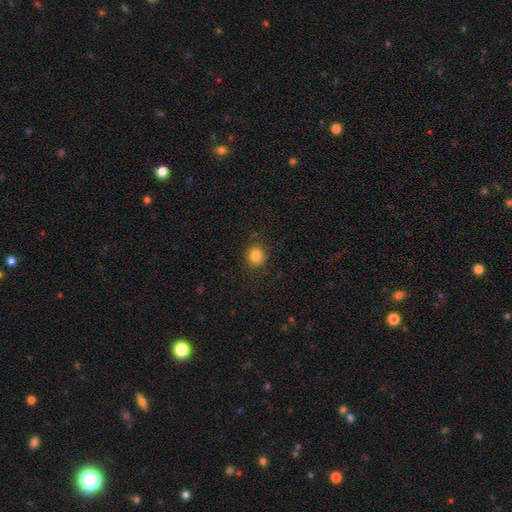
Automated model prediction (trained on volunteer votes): A smooth galaxy with no disk features (83%) that is round (85%).

Vote fractions:
- Smooth or featured? smooth: 83% / star or artifact: 11% / featured or disk: 6%
- How rounded? round: 85% / in between: 14% / cigar-shaped: 1%
- Merging? none: 86% / minor disturbance: 10% / major disturbance: 3% / merger: 1%